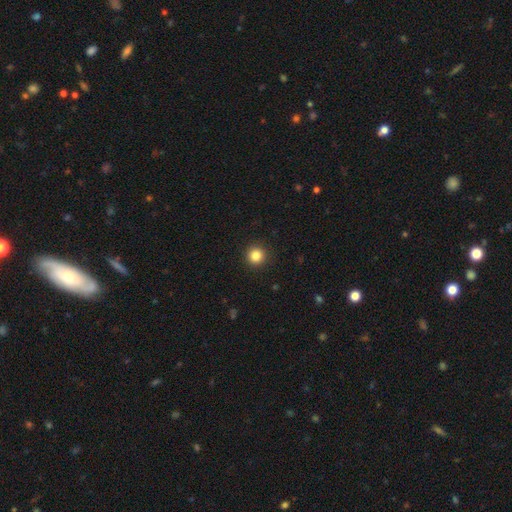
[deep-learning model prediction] Smooth or featured? Predicted: smooth (p=0.84). How rounded? Predicted: round (p=0.95). Merging? Predicted: none (p=0.93).